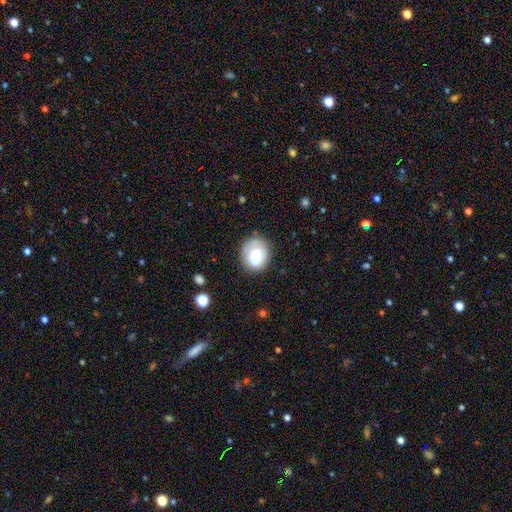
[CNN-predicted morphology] A smooth galaxy with no disk features (70%) that is round (66%). Merging: none (70%).